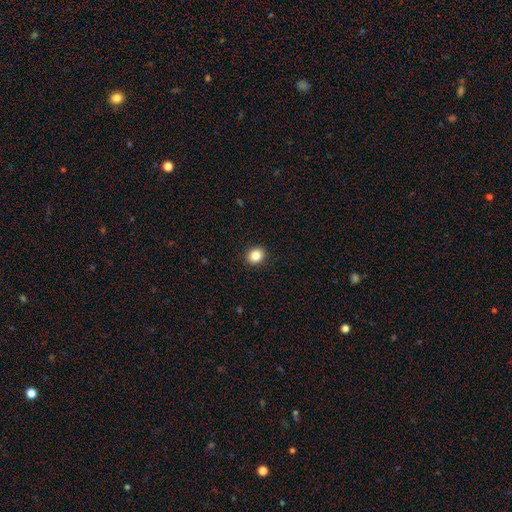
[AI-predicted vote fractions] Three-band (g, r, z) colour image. It shows a smooth galaxy with no disk features (84%) that is round (70%). Merging: none (91%).